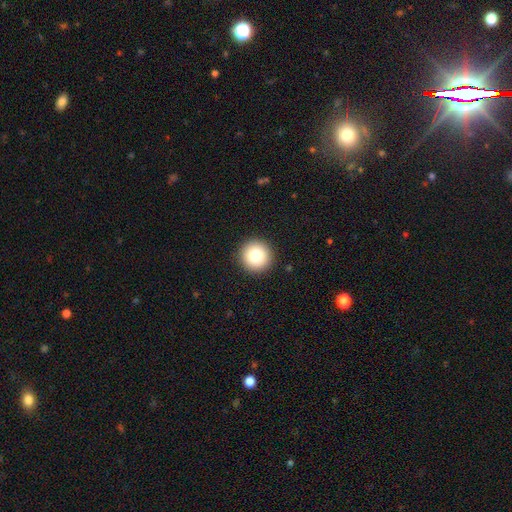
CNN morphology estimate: Smooth or featured?
  - smooth: 82% *
  - star or artifact: 10%
  - featured or disk: 8%
How rounded?
  - round: 95% *
  - in between: 4%
  - cigar-shaped: 1%
Merging?
  - none: 93% *
  - minor disturbance: 5%
  - major disturbance: 2%
  - merger: 1%